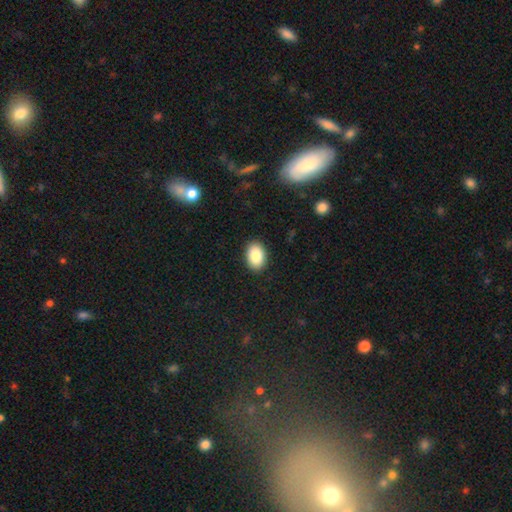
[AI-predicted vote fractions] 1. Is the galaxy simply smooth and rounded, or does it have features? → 87% smooth, 7% star or artifact, 5% featured or disk.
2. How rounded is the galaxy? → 86% in between, 13% round, 1% cigar-shaped.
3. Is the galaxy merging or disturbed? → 90% none, 8% minor disturbance, 2% major disturbance, 1% merger.